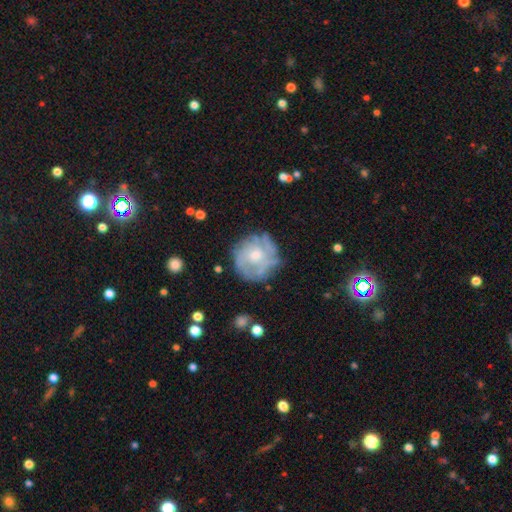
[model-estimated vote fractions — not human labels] smooth_or_featured: featured or disk (p=0.58) [alt: smooth p=0.34]
disk_edge_on: no (p=0.97) [alt: yes p=0.03]
bar: no (p=0.78) [alt: weak p=0.19]
has_spiral_arms: yes (p=0.52) [alt: no p=0.48]
bulge_size: moderate (p=0.58) [alt: small p=0.30]
merging: none (p=0.67) [alt: minor disturbance p=0.20]